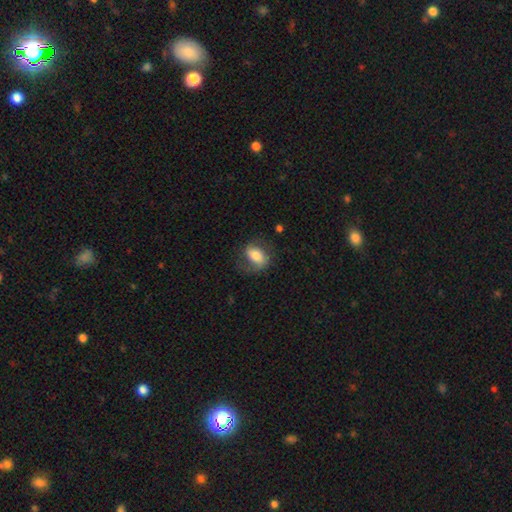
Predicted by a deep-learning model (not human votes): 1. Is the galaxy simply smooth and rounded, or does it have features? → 59% smooth, 34% featured or disk, 7% star or artifact.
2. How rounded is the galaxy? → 78% in between, 19% round, 3% cigar-shaped.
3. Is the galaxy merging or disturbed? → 63% none, 22% minor disturbance, 14% major disturbance, 1% merger.